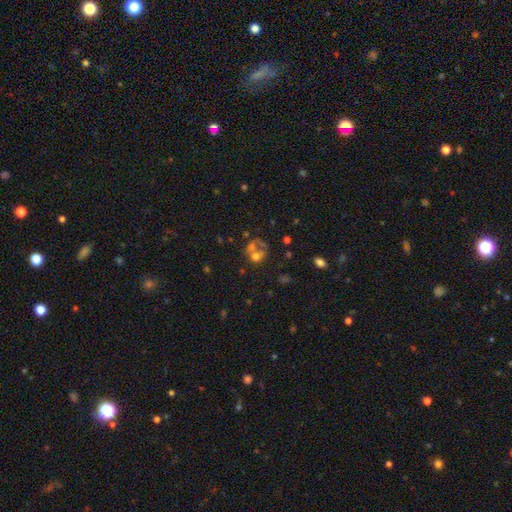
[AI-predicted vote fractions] Smooth or featured: smooth — 49% (featured or disk — 35%)
Merging: merger — 44% (none — 27%)